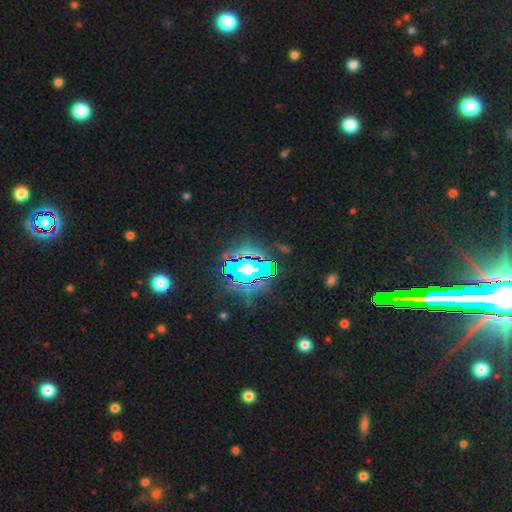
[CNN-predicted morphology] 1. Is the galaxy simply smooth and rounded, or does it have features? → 82% star or artifact, 10% smooth, 8% featured or disk.